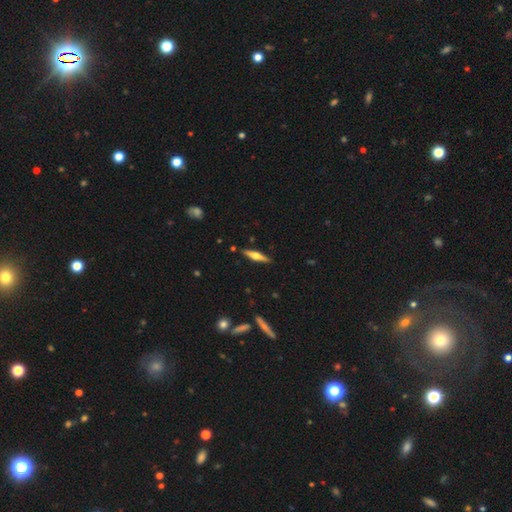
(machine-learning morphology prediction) Smooth or featured? Predicted: featured or disk (p=0.60). Edge-on disk? Predicted: yes (p=0.96). Edge-on bulge? Predicted: rounded (p=0.91). Merging? Predicted: none (p=0.90).